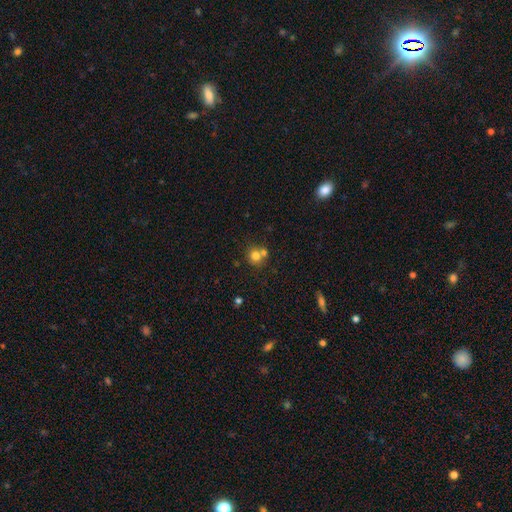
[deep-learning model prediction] Overall: smooth (76%). How rounded: round (86%). Merging: none (53%; merger 36%).